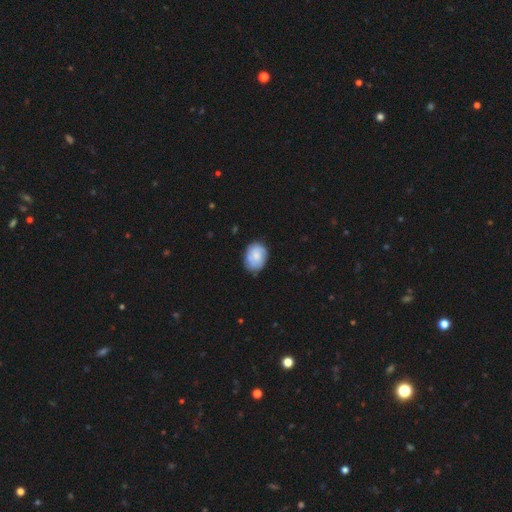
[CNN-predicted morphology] Smooth or featured: smooth — 70% (featured or disk — 23%)
How rounded: in between — 68% (round — 31%)
Merging: none — 74% (minor disturbance — 20%)